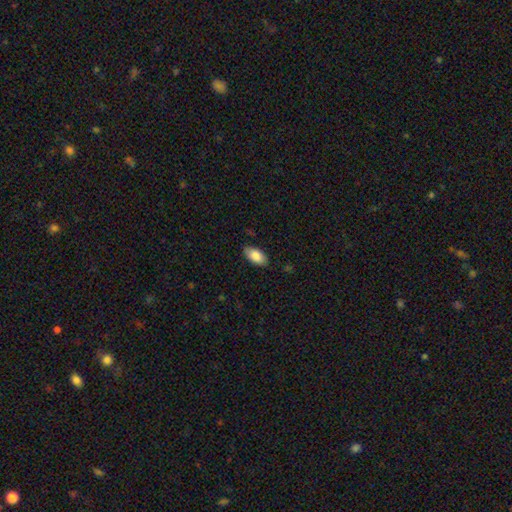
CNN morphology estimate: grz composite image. It shows a smooth galaxy with no disk features (86%) that is in between round and cigar-shaped (94%). Merging: none (85%).